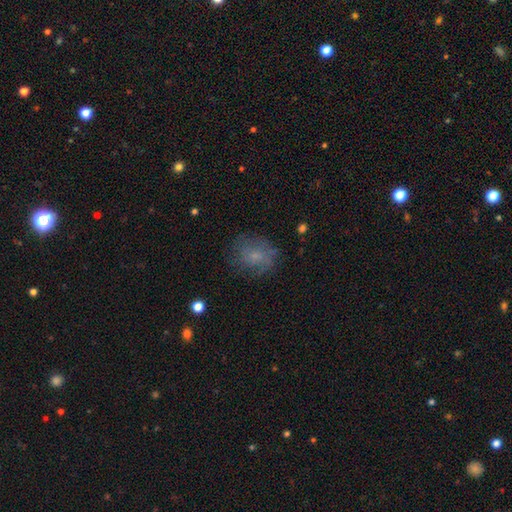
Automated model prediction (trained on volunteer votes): Smooth or featured: smooth — 58% (featured or disk — 31%)
How rounded: round — 59% (in between — 40%)
Merging: none — 66% (minor disturbance — 21%)